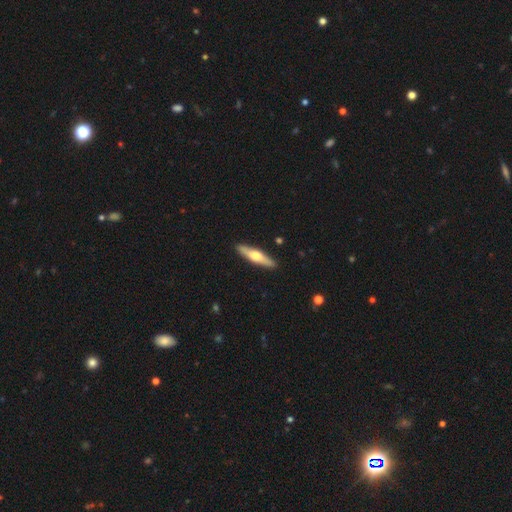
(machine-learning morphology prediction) This appears to be a featured or disk galaxy (54%) viewed edge-on (94%) with a rounded central bulge (92%). Merging: none (91%).